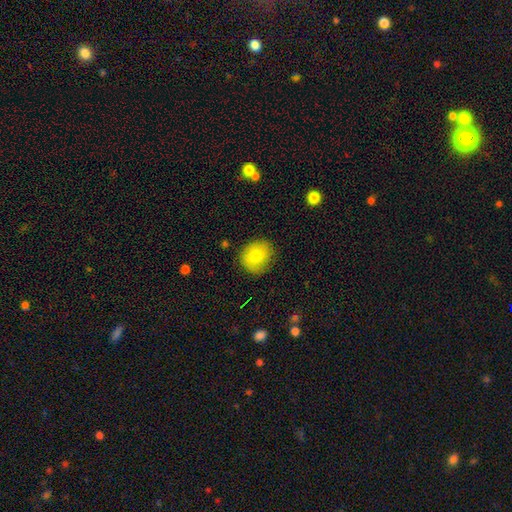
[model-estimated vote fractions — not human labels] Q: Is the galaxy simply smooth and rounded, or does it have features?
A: smooth — 80%.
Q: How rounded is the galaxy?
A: round — 80%.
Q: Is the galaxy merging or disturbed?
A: none — 82%.